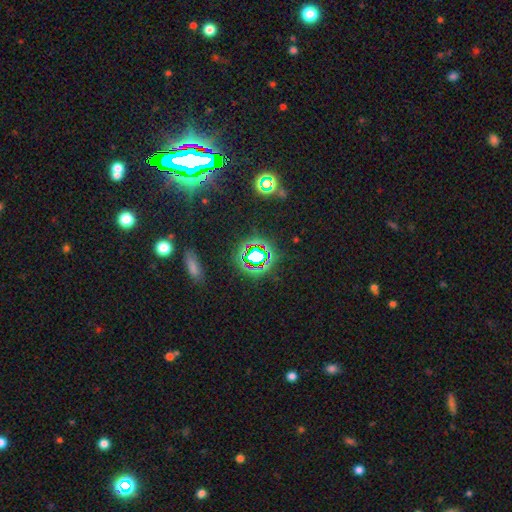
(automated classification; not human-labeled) Overall: star or artifact (80%).